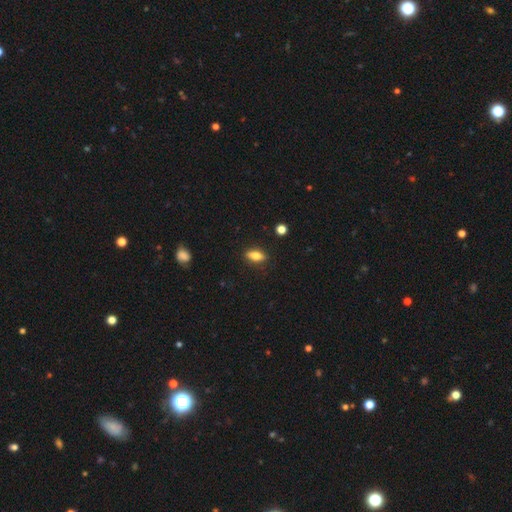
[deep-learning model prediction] Q: Smooth or featured?
A: smooth (71%); runner-up: featured or disk (21%)
Q: How rounded?
A: in between (73%); runner-up: cigar-shaped (21%)
Q: Merging?
A: none (85%); runner-up: minor disturbance (11%)